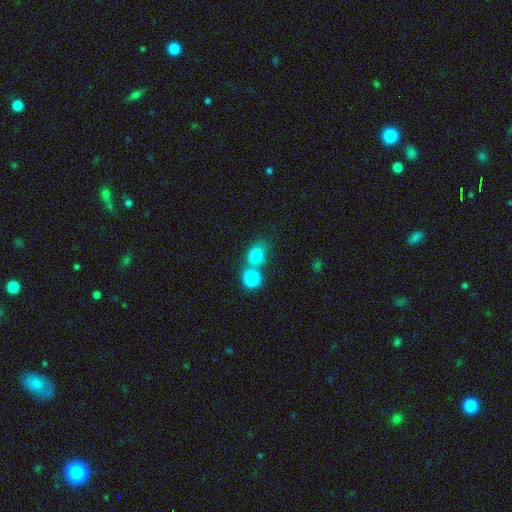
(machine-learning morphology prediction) Smooth or featured? Predicted: smooth (p=0.79). How rounded? Predicted: round (p=0.64). Merging? Predicted: none (p=0.46).